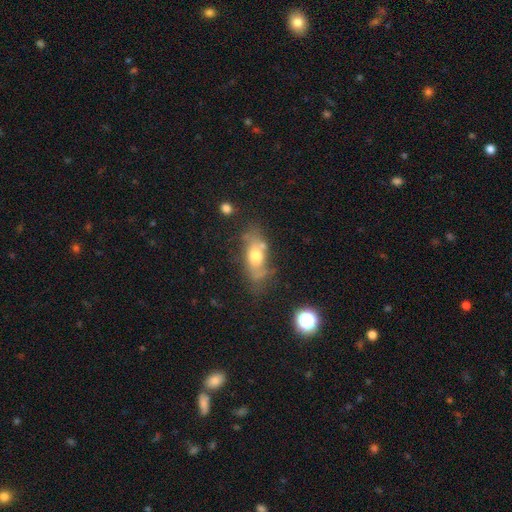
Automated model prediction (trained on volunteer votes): smooth 51%, featured or disk 40%, star or artifact 10%. Down the decision tree: how rounded — in between (77%); merging — none (49%).